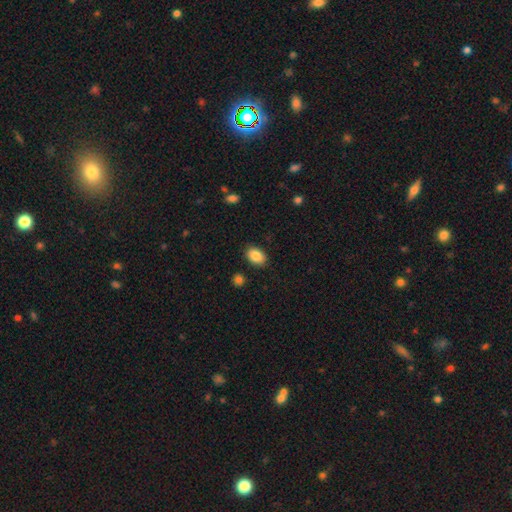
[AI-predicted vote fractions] The model was most divided on "how rounded": in between: 81%, round: 18%, cigar-shaped: 1%. More confident: smooth or featured — smooth (87%); merging — none (87%).